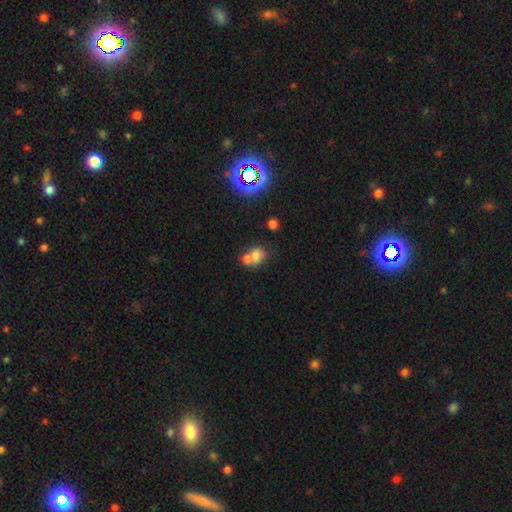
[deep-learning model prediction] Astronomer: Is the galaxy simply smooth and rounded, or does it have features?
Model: smooth — 69%.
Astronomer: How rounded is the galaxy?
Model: round — 68%.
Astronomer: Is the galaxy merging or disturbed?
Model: merger — 56% (runner-up: none, 33%).